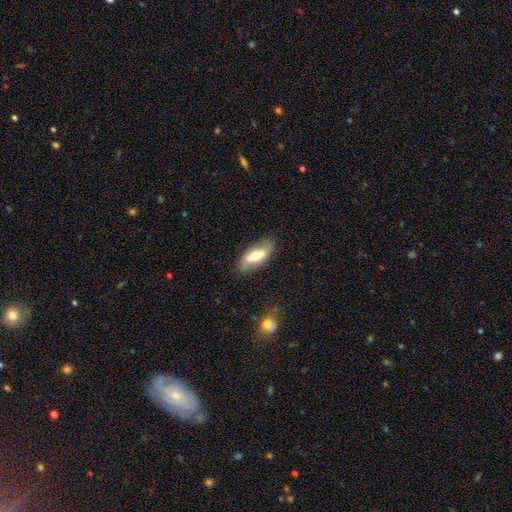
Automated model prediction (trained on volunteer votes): This is likely a smooth galaxy (63%). How rounded: clearly in between (83%). Merging: likely none (80%).